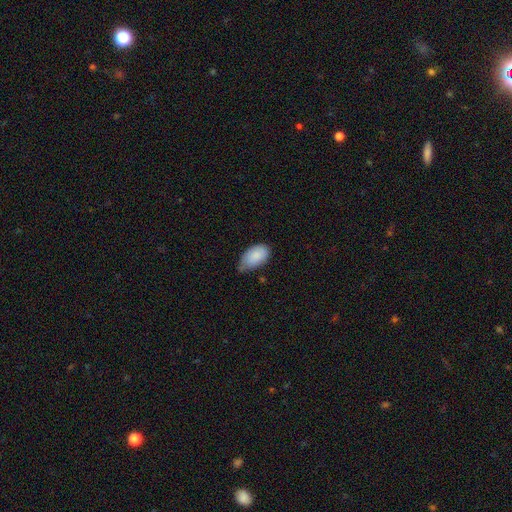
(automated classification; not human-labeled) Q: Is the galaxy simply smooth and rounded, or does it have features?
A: smooth — 87%.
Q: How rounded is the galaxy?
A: in between — 94%.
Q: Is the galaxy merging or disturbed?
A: none — 47%.